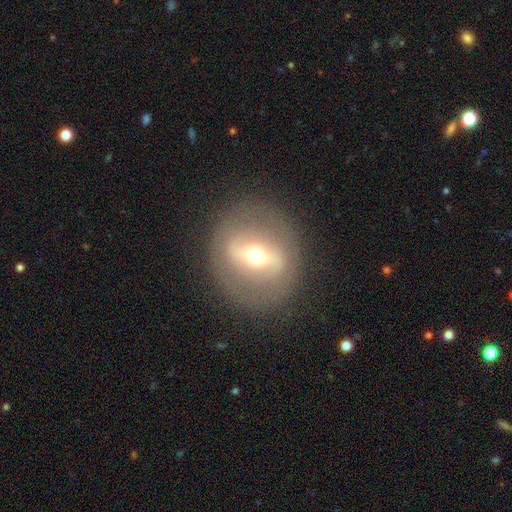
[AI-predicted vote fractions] Overall: featured or disk (69%). Edge-on disk: no (85%). Bar: strong (63%; weak 25%). Spiral arms: no (72%). Bulge size: moderate (60%; small 31%). Merging: none (84%).